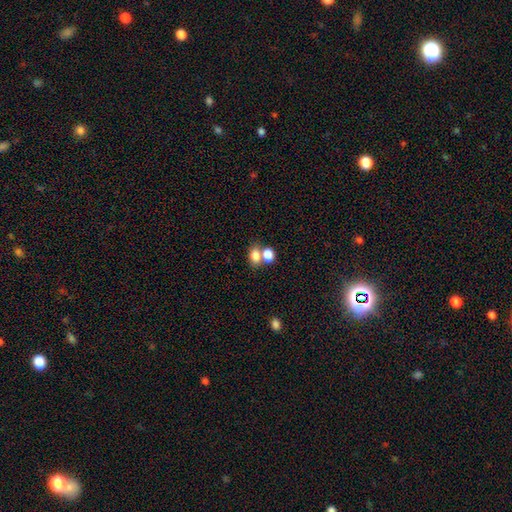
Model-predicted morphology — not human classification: type=smooth (80%); roundness=in between (67%); merging=merger (47%).